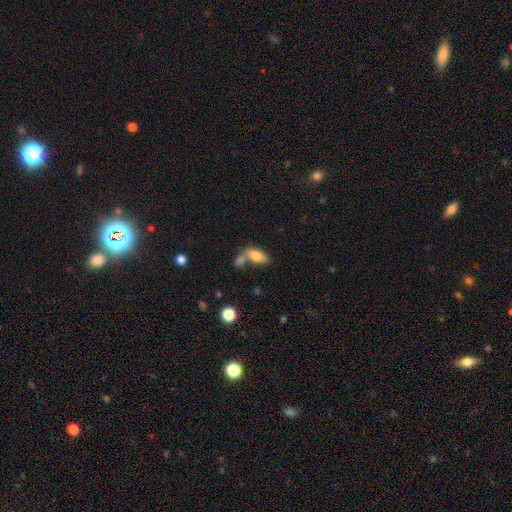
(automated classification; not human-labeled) The model was most divided on "merging": merger: 50%, none: 33%, minor disturbance: 11%, major disturbance: 7%. More confident: how rounded — in between (89%); smooth or featured — smooth (78%).